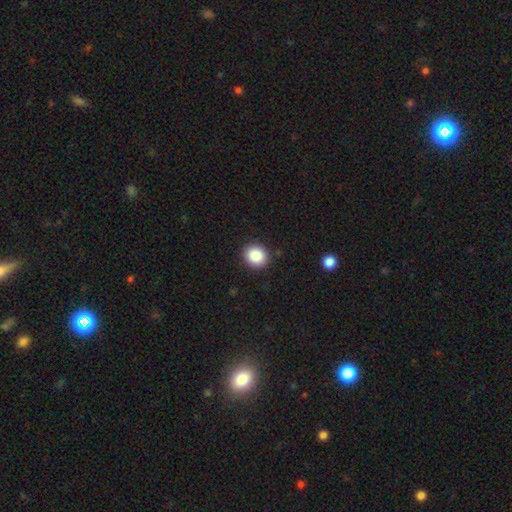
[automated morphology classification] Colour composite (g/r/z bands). It shows a smooth galaxy with no disk features (87%) that is round (83%). Merging: none (91%).